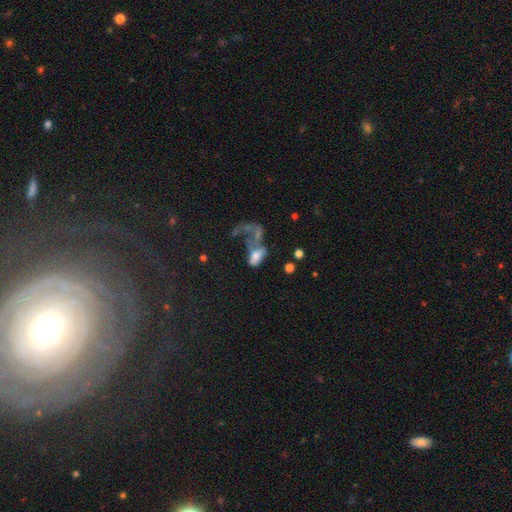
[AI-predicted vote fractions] Smooth or featured? smooth (51%)
How rounded? in between (86%)
Merging? major disturbance (51%)